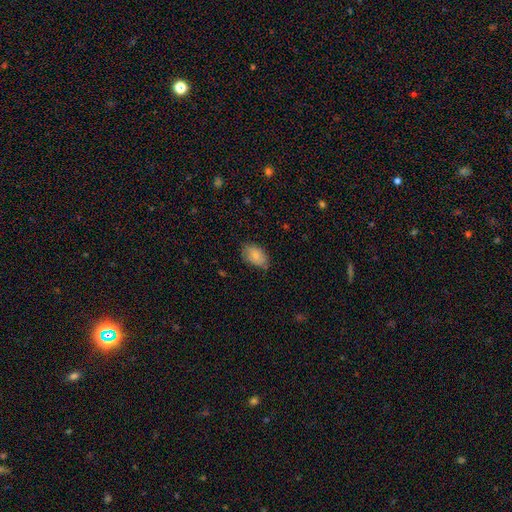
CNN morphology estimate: Smooth or featured? Predicted: smooth (p=0.83). How rounded? Predicted: in between (p=0.92). Merging? Predicted: none (p=0.71).